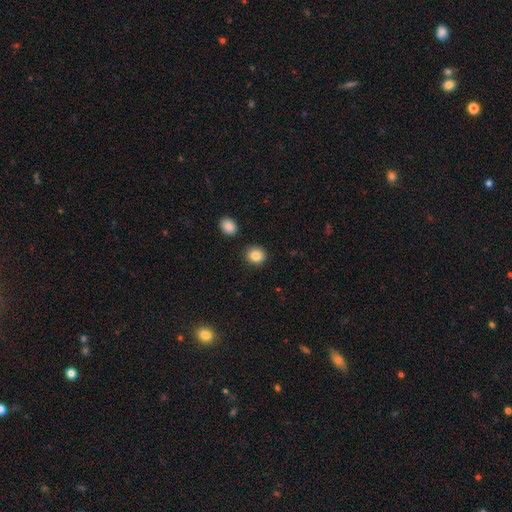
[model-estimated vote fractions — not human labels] Smooth or featured?
  - smooth: 85% *
  - star or artifact: 9%
  - featured or disk: 6%
How rounded?
  - round: 81% *
  - in between: 18%
  - cigar-shaped: 1%
Merging?
  - none: 88% *
  - minor disturbance: 7%
  - merger: 3%
  - major disturbance: 2%